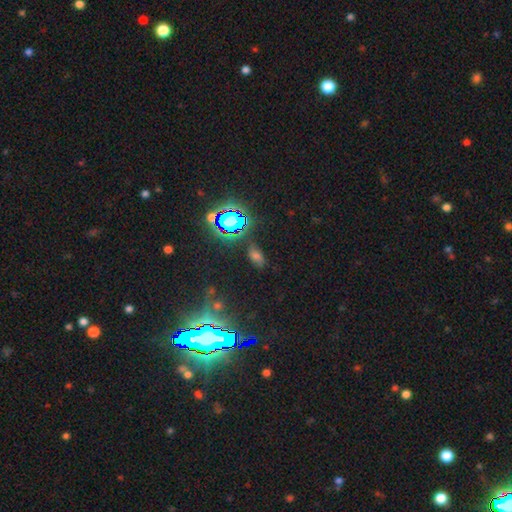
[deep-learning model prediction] Morphology: type=smooth (44%, tied with star or artifact); merging=none (76%).